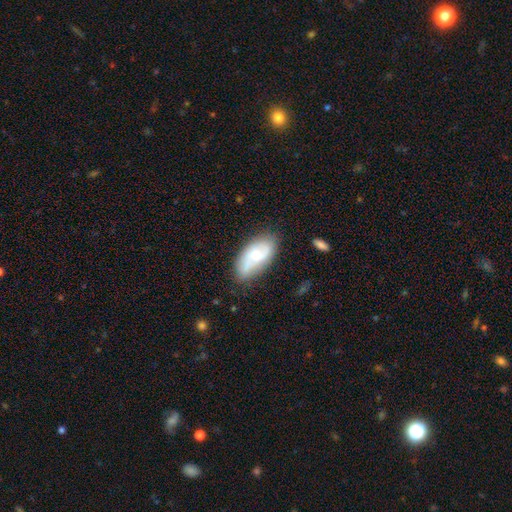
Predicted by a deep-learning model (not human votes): Morphology: type=featured or disk (52%); edge-on=no (92%); merging=none (71%).